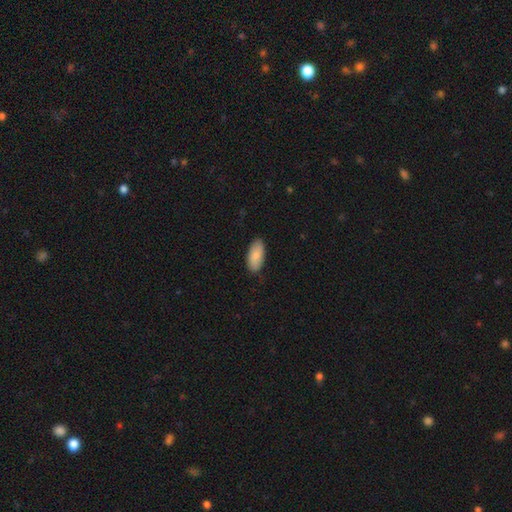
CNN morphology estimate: Overall: smooth (87%). How rounded: in between (91%). Merging: none (85%).